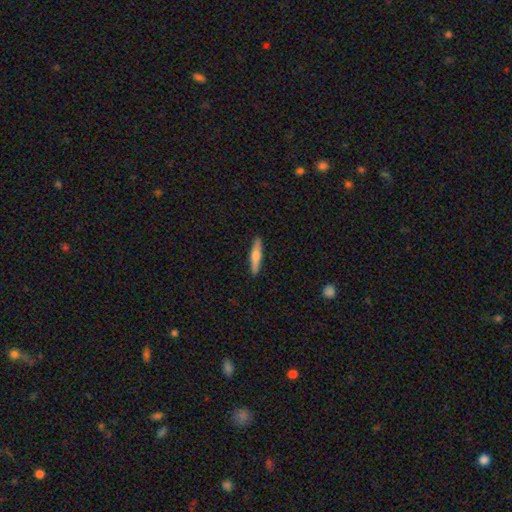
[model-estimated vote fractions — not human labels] Smooth or featured? Predicted: smooth (p=0.53). How rounded? Predicted: cigar-shaped (p=0.87). Merging? Predicted: none (p=0.91).